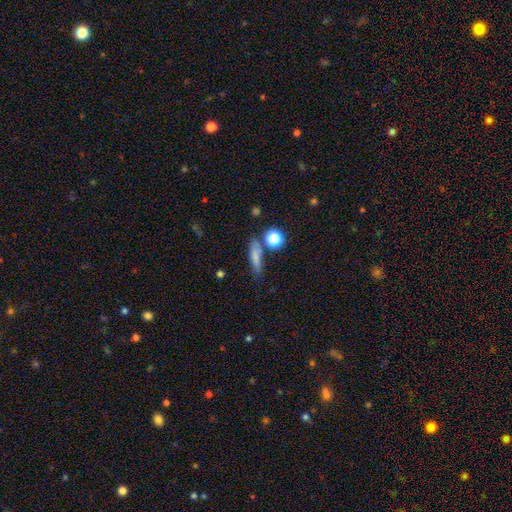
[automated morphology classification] The model was most divided on "how rounded": cigar-shaped: 58%, in between: 32%, round: 10%. More confident: smooth or featured — smooth (75%); merging — none (72%).